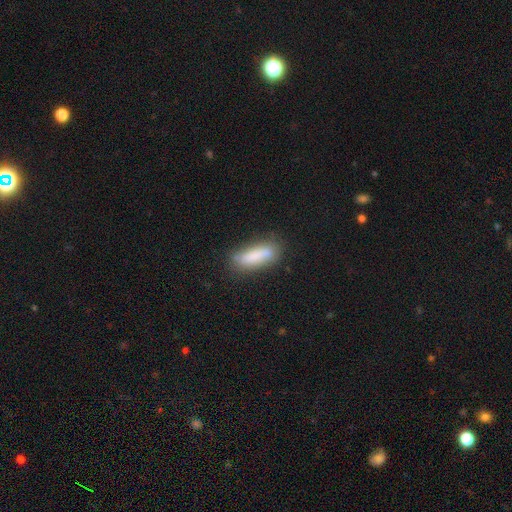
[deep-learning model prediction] Smooth or featured: smooth — 78% (featured or disk — 14%)
How rounded: cigar-shaped — 50% (in between — 47%)
Merging: none — 70% (minor disturbance — 19%)